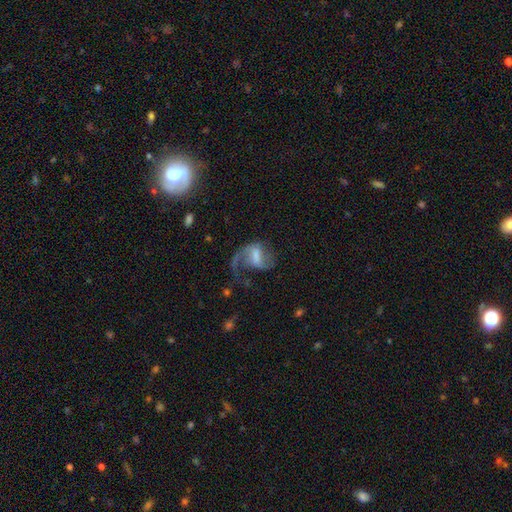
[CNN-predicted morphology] A featured or disk galaxy (75%) with a weak bar (52%), 2 (49%) loose (59%) spiral arms (90%) and a moderate central bulge (35%).

Vote fractions:
- Smooth or featured? featured or disk: 75% / smooth: 17% / star or artifact: 7%
- Edge-on disk? no: 97% / yes: 3%
- Bar? weak: 52% / strong: 29% / no: 19%
- Spiral arms? yes: 90% / no: 10%
- Spiral winding? loose: 59% / medium: 33% / tight: 8%
- Spiral arm count? 2: 49% / 1: 44% / can't tell: 4% / 3: 1% / 4: 1% / more than 4: 1%
- Bulge size? moderate: 35% / small: 30% / none: 23% / large: 11% / dominant: 2%
- Merging? major disturbance: 44% / none: 36% / minor disturbance: 17% / merger: 4%